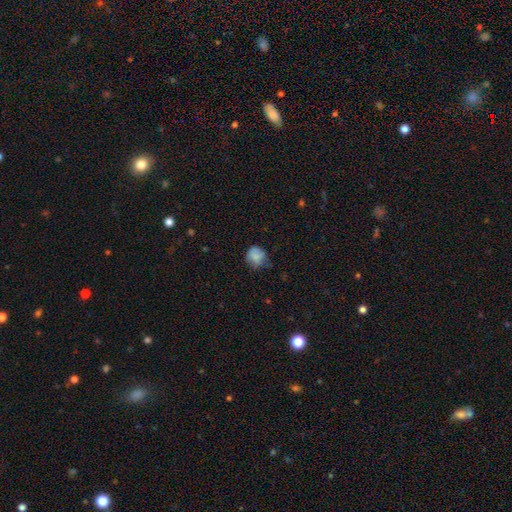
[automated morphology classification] Smooth or featured? Predicted: smooth (p=0.80). How rounded? Predicted: round (p=0.79). Merging? Predicted: none (p=0.56).